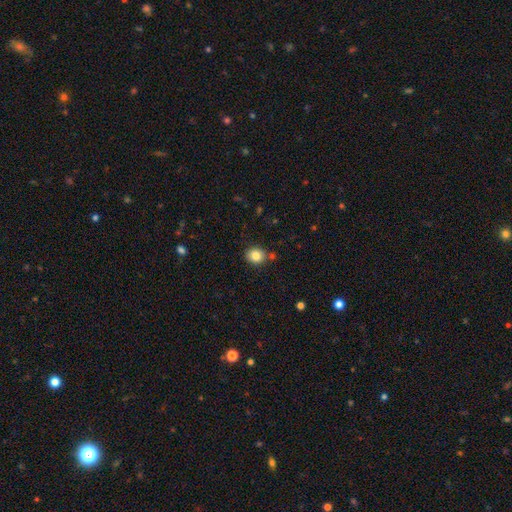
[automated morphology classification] smooth-or-featured: smooth: 83% | star or artifact: 10% | featured or disk: 7%
  how-rounded: round: 68% | in between: 32% | cigar-shaped: 1%
  merging: none: 82% | minor disturbance: 10% | merger: 5% | major disturbance: 2%